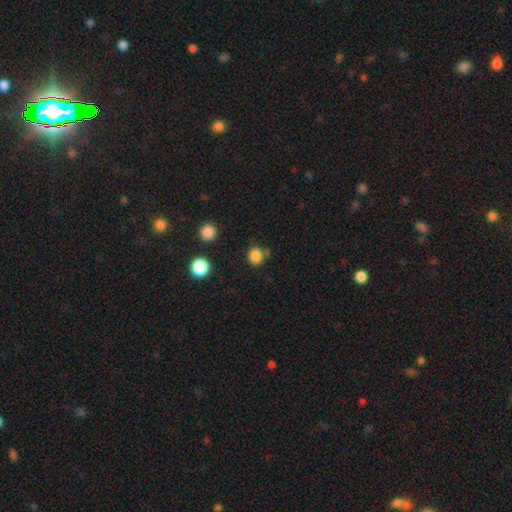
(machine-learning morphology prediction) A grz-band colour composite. It shows a smooth galaxy with no disk features (83%) that is round (72%). Merging: none (75%).